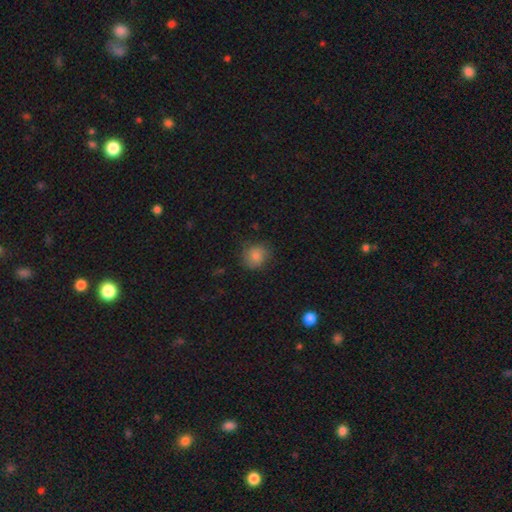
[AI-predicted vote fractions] This appears to be a smooth galaxy with no disk features (80%) that is round (80%). Merging: none (74%).